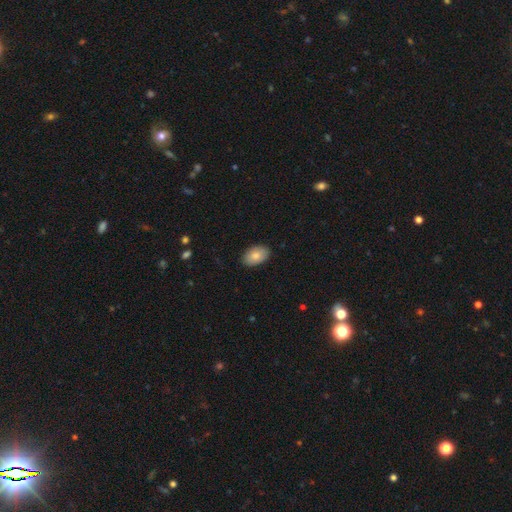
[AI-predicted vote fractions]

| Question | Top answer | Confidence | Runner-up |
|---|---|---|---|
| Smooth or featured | smooth | 82% | featured or disk (11%) |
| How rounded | in between | 91% | round (8%) |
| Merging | none | 88% | minor disturbance (9%) |